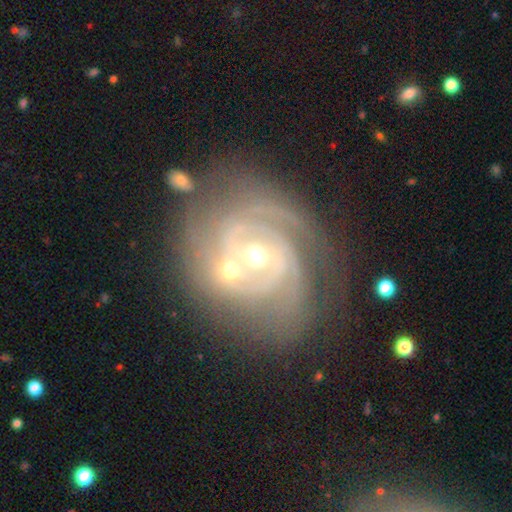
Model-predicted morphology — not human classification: A featured or disk galaxy (88%) with no bar (63%), 3 (36%) tight (66%) spiral arms (97%) and a small central bulge (49%). Merging: none (53%).